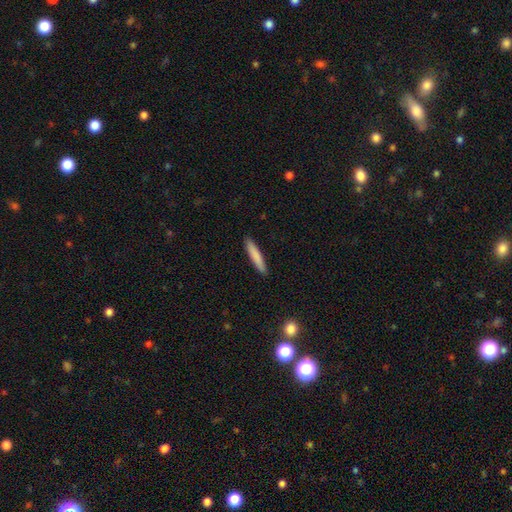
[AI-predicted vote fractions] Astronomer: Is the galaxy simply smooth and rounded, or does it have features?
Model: smooth — 82%.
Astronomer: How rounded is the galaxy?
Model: cigar-shaped — 92%.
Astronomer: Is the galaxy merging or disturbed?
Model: none — 91%.